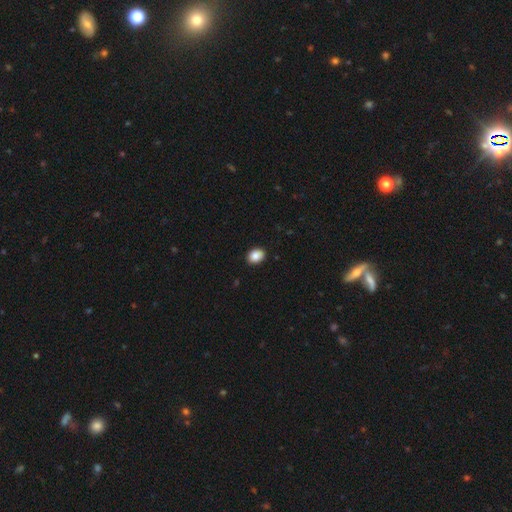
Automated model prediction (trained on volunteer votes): A smooth galaxy with no disk features (88%) that is in between round and cigar-shaped (63%).

Vote fractions:
- Smooth or featured? smooth: 88% / star or artifact: 8% / featured or disk: 4%
- How rounded? in between: 63% / round: 36% / cigar-shaped: 1%
- Merging? none: 91% / minor disturbance: 7% / major disturbance: 2% / merger: 1%